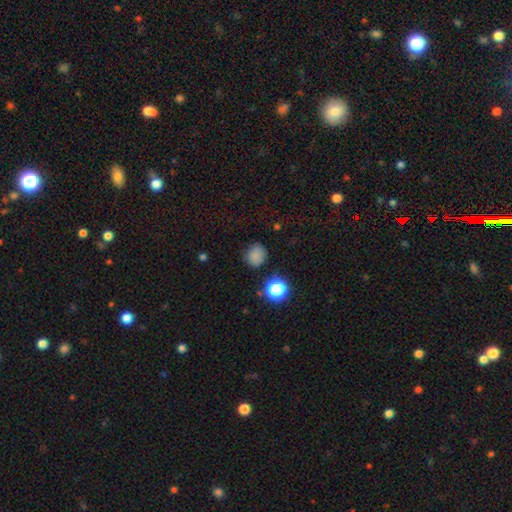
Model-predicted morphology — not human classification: This is likely a smooth galaxy (77%). How rounded: likely round (80%). Merging: likely none (78%).